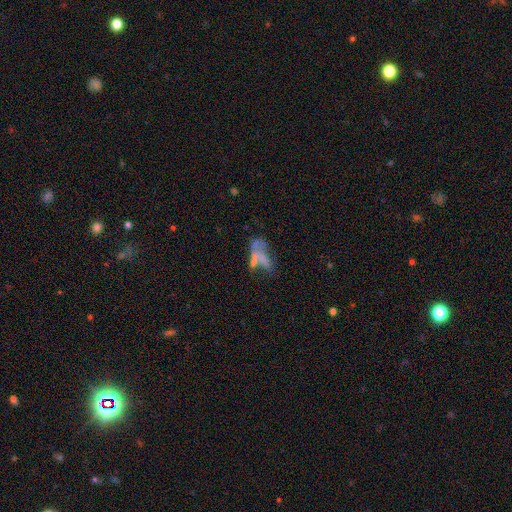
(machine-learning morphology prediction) smooth-or-featured: featured or disk: 46% | smooth: 37% | star or artifact: 17%
  merging: major disturbance: 32% (tied) | merger: 32% (tied) | none: 22% | minor disturbance: 14%